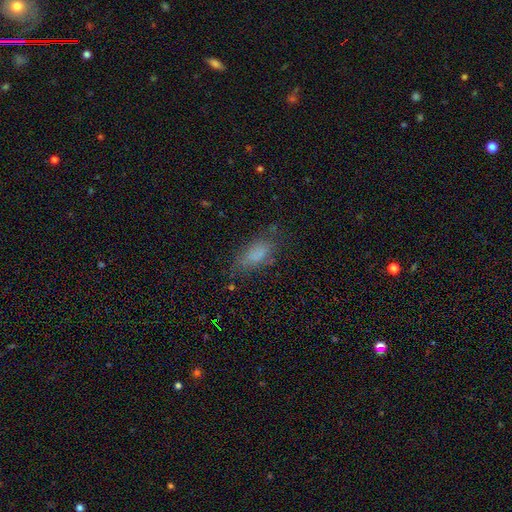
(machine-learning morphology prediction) smooth-or-featured: smooth: 76% | star or artifact: 12% | featured or disk: 12%
  how-rounded: in between: 79% | cigar-shaped: 18% | round: 3%
  merging: none: 64% | minor disturbance: 23% | major disturbance: 10% | merger: 3%